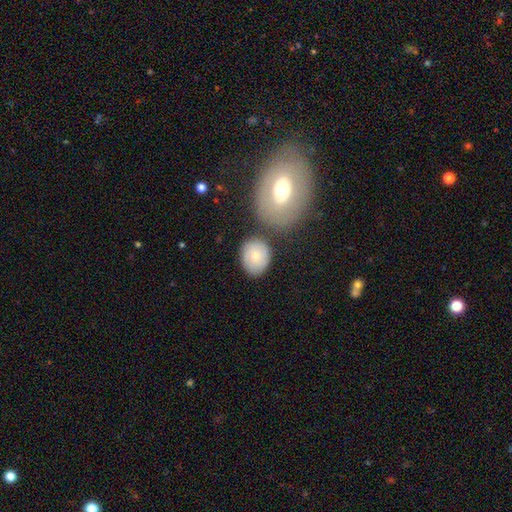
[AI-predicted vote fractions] The model was most divided on "how rounded": round: 60%, in between: 39%, cigar-shaped: 1%. More confident: smooth or featured — smooth (69%); merging — none (65%).